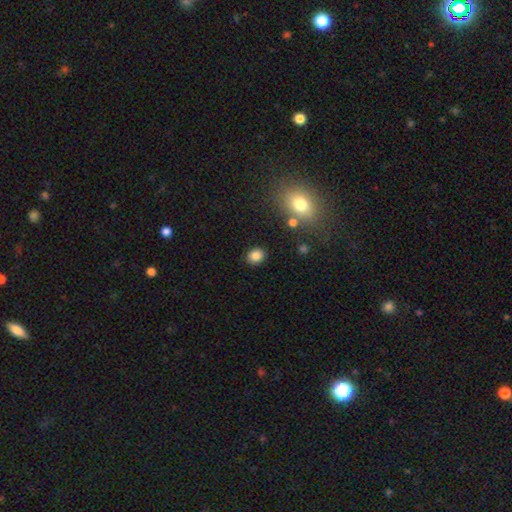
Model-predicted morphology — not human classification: Smooth or featured?
  - smooth: 84% *
  - star or artifact: 10%
  - featured or disk: 5%
How rounded?
  - round: 62% *
  - in between: 37%
  - cigar-shaped: 1%
Merging?
  - none: 88% *
  - minor disturbance: 8%
  - major disturbance: 2%
  - merger: 2%